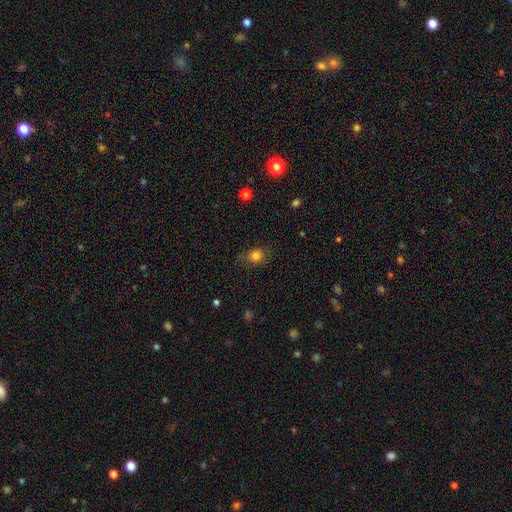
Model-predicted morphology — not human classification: smooth_or_featured: smooth (p=0.82) [alt: star or artifact p=0.11]
how_rounded: round (p=0.69) [alt: in between p=0.30]
merging: none (p=0.74) [alt: minor disturbance p=0.19]